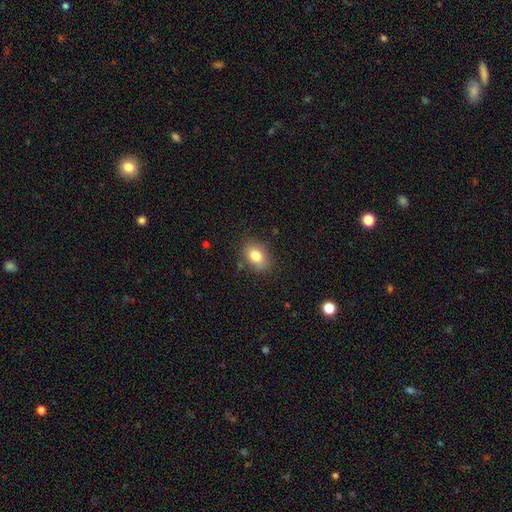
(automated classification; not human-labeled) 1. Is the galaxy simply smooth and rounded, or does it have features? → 80% smooth, 10% featured or disk, 10% star or artifact.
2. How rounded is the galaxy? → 69% in between, 30% round, 1% cigar-shaped.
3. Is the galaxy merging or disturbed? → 82% none, 13% minor disturbance, 3% major disturbance, 2% merger.